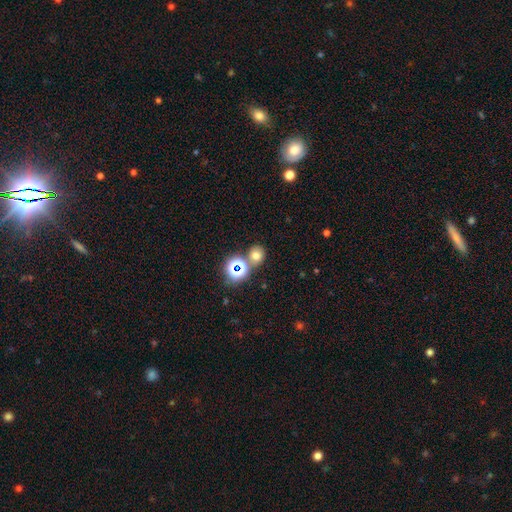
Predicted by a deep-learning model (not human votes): Q: Smooth or featured?
A: smooth (65%); runner-up: star or artifact (27%)
Q: How rounded?
A: round (72%); runner-up: in between (27%)
Q: Merging?
A: none (68%); runner-up: merger (19%)